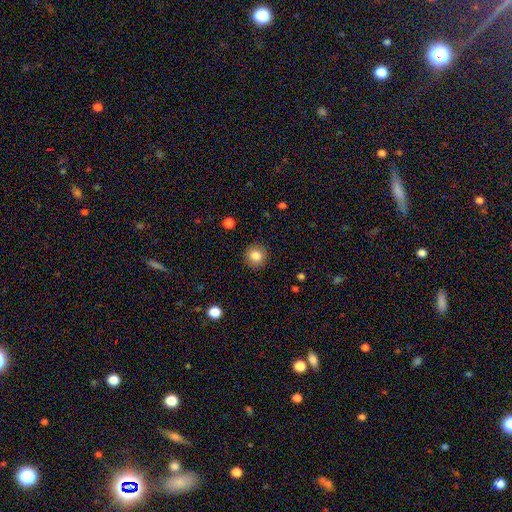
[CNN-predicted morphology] Q: Smooth or featured?
A: smooth (84%); runner-up: star or artifact (10%)
Q: How rounded?
A: round (92%); runner-up: in between (7%)
Q: Merging?
A: none (90%); runner-up: minor disturbance (7%)